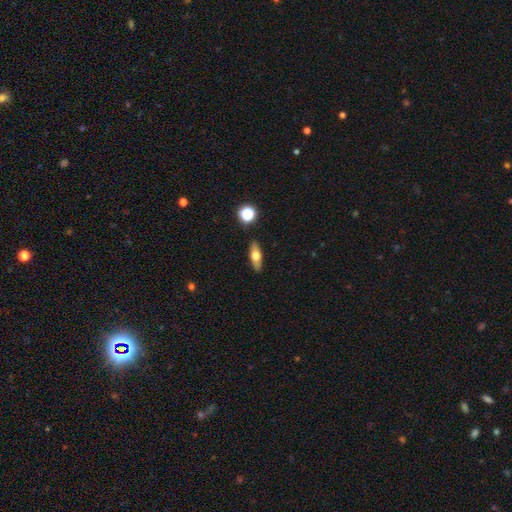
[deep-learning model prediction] The model was most divided on "how rounded": in between: 57%, cigar-shaped: 37%, round: 6%. More confident: merging — none (89%); smooth or featured — smooth (58%).